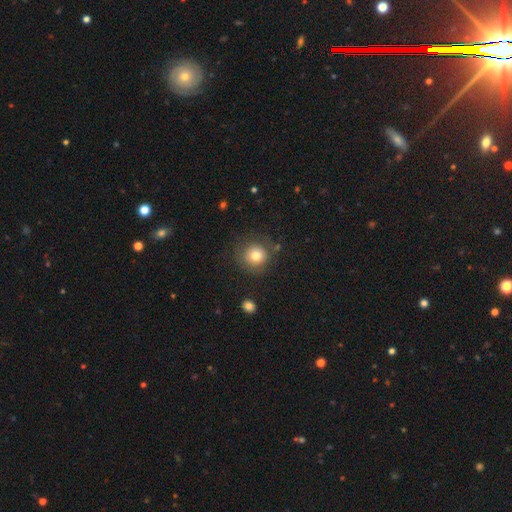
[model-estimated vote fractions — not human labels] Smooth or featured? smooth (79%)
How rounded? round (91%)
Merging? none (80%)